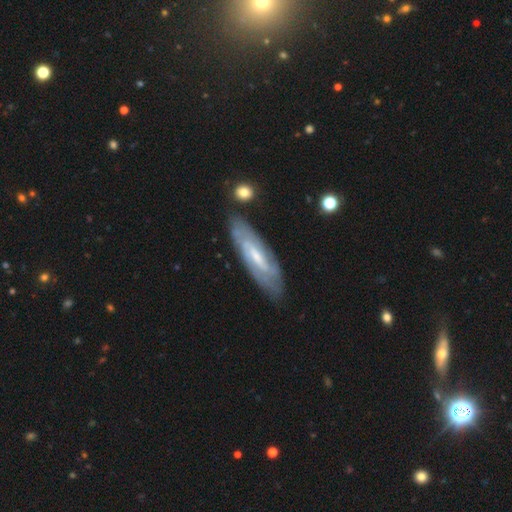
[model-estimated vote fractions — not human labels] Overall: featured or disk (71%). Edge-on disk: no (74%). Bar: weak (48%; no 30%). Spiral arms: yes (82%). Bulge size: small (54%; moderate 35%). Merging: none (78%).